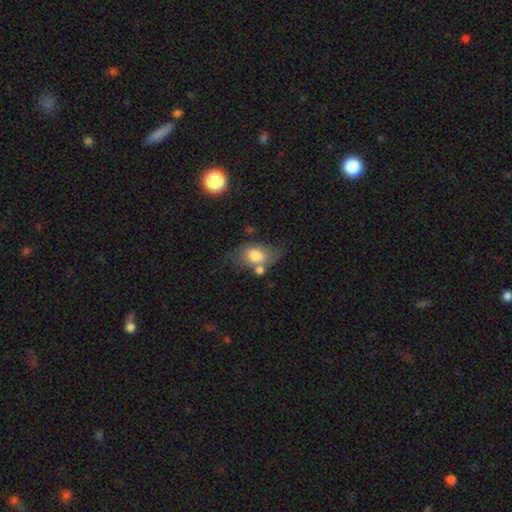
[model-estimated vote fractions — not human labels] A smooth galaxy with no disk features (73%) that is in between round and cigar-shaped (83%).

Vote fractions:
- Smooth or featured? smooth: 73% / featured or disk: 19% / star or artifact: 8%
- How rounded? in between: 83% / round: 15% / cigar-shaped: 2%
- Merging? none: 46% / minor disturbance: 23% / merger: 21% / major disturbance: 11%